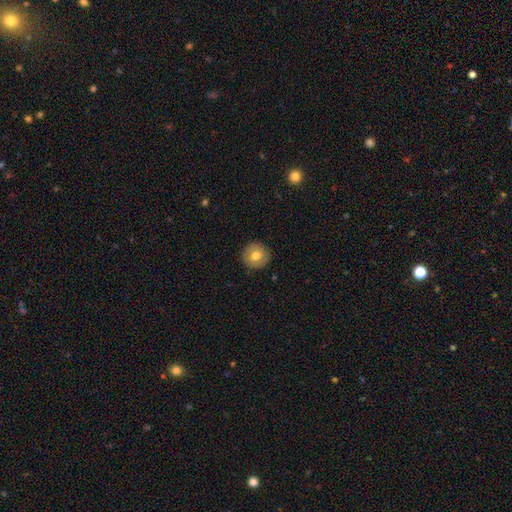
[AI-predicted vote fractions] Smooth or featured? Predicted: smooth (p=0.72). How rounded? Predicted: round (p=0.95). Merging? Predicted: none (p=0.91).